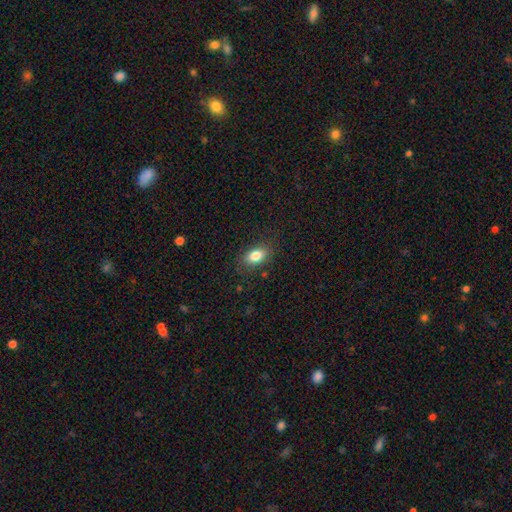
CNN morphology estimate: smooth-or-featured: smooth: 83% | featured or disk: 9% | star or artifact: 8%
  how-rounded: in between: 87% | round: 10% | cigar-shaped: 3%
  merging: none: 84% | minor disturbance: 12% | major disturbance: 3% | merger: 1%